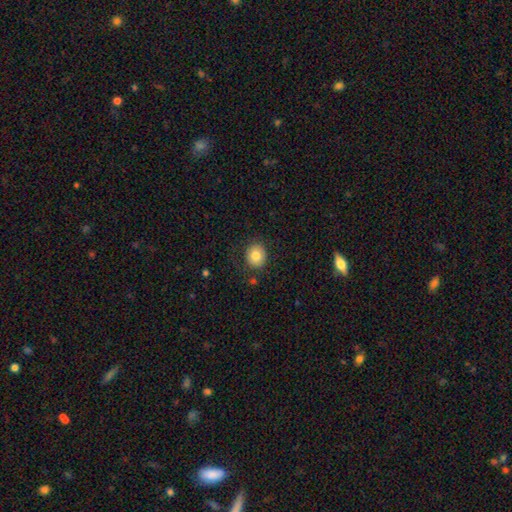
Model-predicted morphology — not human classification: Smooth or featured: smooth — 81% (featured or disk — 10%)
How rounded: round — 81% (in between — 18%)
Merging: none — 83% (minor disturbance — 11%)